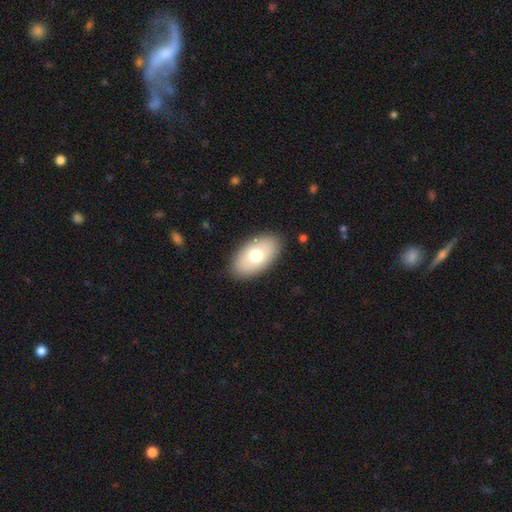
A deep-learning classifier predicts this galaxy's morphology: Smooth or featured?
  - smooth: 73% *
  - featured or disk: 21%
  - star or artifact: 6%
How rounded?
  - in between: 94% *
  - round: 4%
  - cigar-shaped: 2%
Merging?
  - none: 88% *
  - minor disturbance: 9%
  - major disturbance: 2%
  - merger: 1%